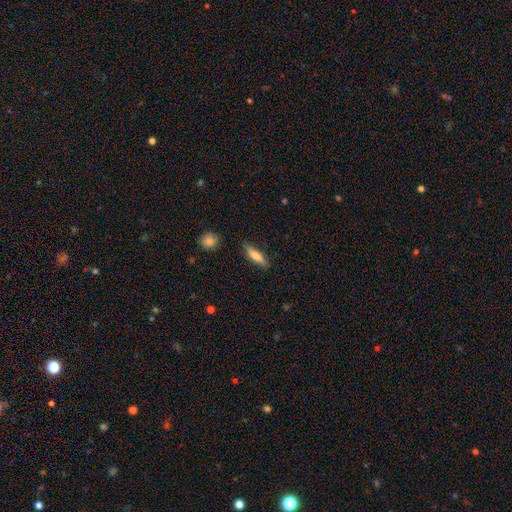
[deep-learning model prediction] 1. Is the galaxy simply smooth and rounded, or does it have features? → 69% smooth, 25% featured or disk, 6% star or artifact.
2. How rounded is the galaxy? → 64% cigar-shaped, 34% in between, 2% round.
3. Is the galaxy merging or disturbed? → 83% none, 12% minor disturbance, 2% major disturbance, 2% merger.